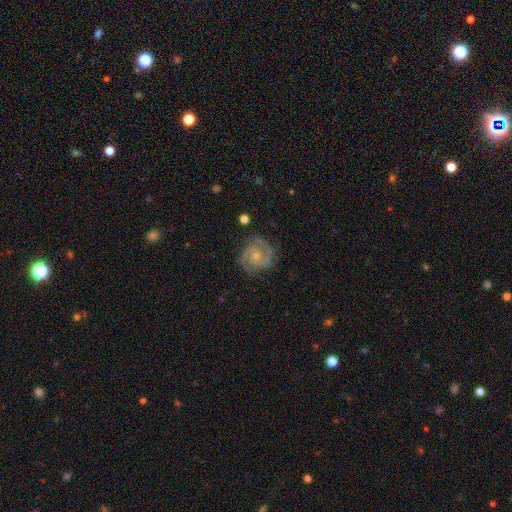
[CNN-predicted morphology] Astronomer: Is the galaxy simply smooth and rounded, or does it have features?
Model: featured or disk — 87%.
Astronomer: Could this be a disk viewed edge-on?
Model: no — 98%.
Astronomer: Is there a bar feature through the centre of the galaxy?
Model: no — 66%.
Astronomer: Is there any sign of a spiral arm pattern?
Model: yes — 98%.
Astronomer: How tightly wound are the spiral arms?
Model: tight — 56% (runner-up: medium, 39%).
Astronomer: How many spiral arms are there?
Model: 2 — 75%.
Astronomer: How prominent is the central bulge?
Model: small — 58% (runner-up: moderate, 36%).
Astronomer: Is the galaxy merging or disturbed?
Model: none — 81%.